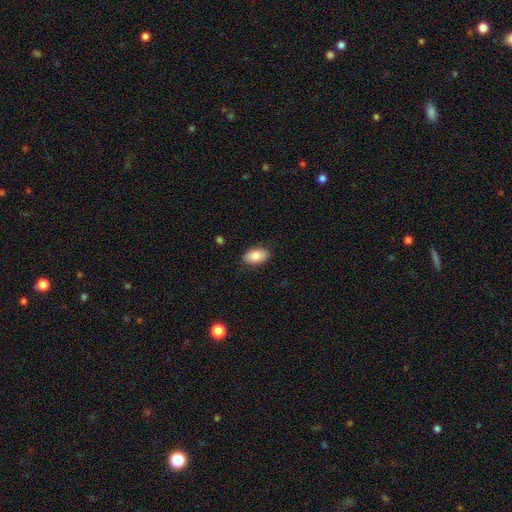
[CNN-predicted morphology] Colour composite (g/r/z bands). It shows a smooth galaxy with no disk features (85%) that is in between round and cigar-shaped (93%). Merging: none (87%).